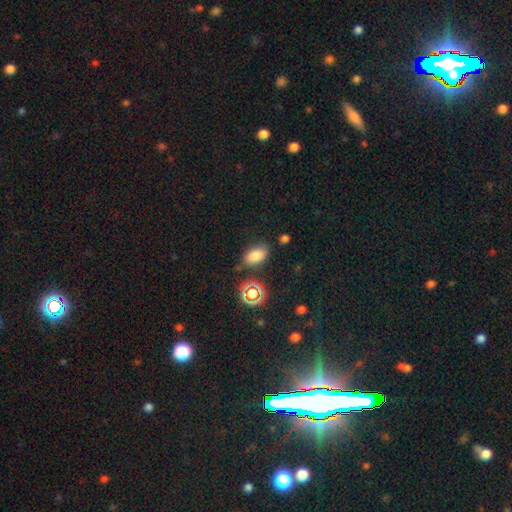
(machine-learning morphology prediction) smooth_or_featured: smooth (p=0.77) [alt: star or artifact p=0.15]
how_rounded: in between (p=0.87) [alt: round p=0.10]
merging: none (p=0.73) [alt: minor disturbance p=0.18]